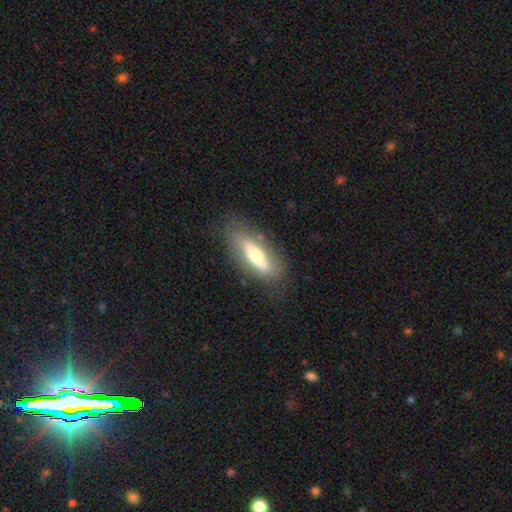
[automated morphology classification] Q: Smooth or featured?
A: smooth (49%); runner-up: featured or disk (44%)
Q: Merging?
A: none (74%); runner-up: minor disturbance (17%)